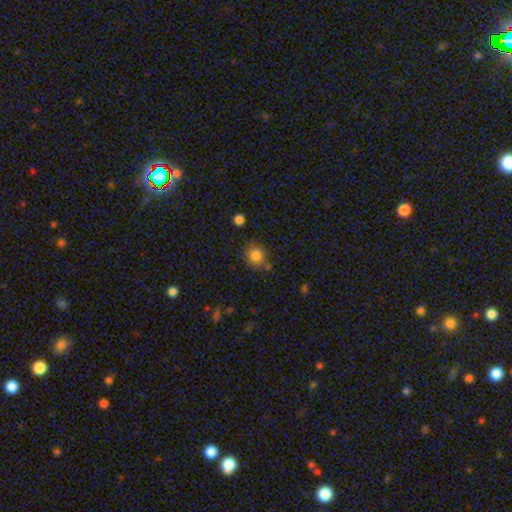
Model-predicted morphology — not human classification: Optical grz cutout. It shows a smooth galaxy with no disk features (81%) that is round (82%). Merging: none (72%).